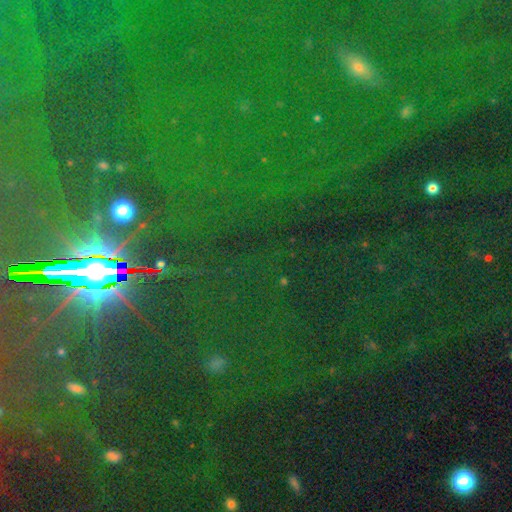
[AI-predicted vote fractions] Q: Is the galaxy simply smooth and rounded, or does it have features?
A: star or artifact — 82%.